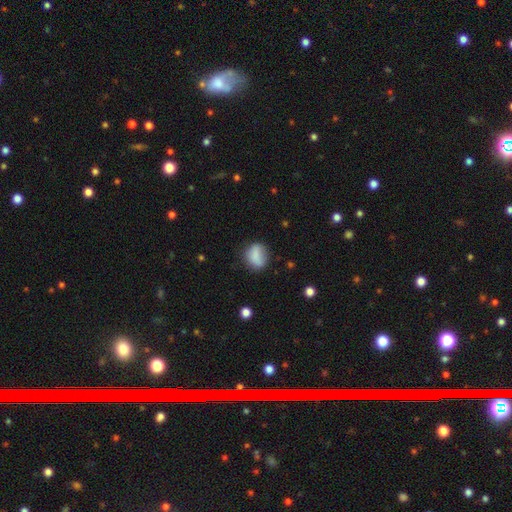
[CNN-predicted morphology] This appears to be a smooth galaxy with no disk features (82%) that is round (50%). Merging: none (66%).